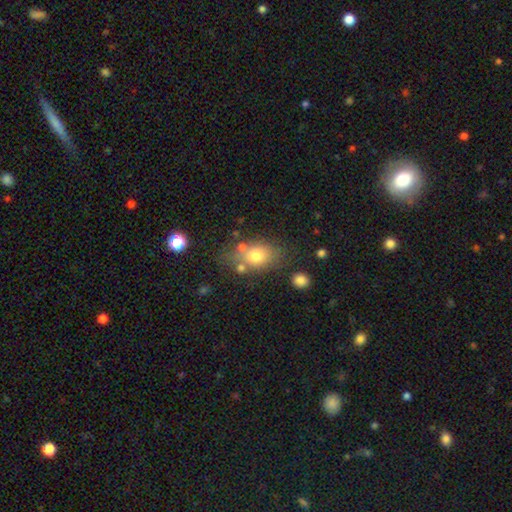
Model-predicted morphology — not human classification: type=smooth (74%); roundness=in between (67%); merging=none (61%).